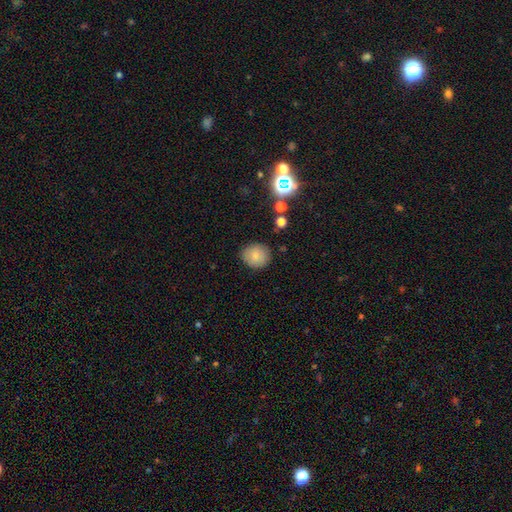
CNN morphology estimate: smooth-or-featured: smooth: 79% | star or artifact: 11% | featured or disk: 10%
  how-rounded: round: 84% | in between: 15% | cigar-shaped: 1%
  merging: none: 86% | minor disturbance: 9% | major disturbance: 3% | merger: 2%